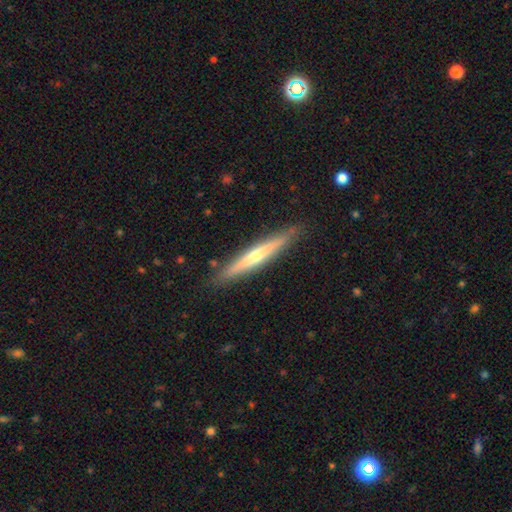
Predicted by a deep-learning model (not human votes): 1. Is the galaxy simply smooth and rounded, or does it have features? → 60% featured or disk, 34% smooth, 6% star or artifact.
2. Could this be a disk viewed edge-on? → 95% yes, 5% no.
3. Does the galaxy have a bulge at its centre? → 63% rounded, 32% none, 5% boxy.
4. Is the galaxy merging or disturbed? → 89% none, 8% minor disturbance, 1% major disturbance, 1% merger.